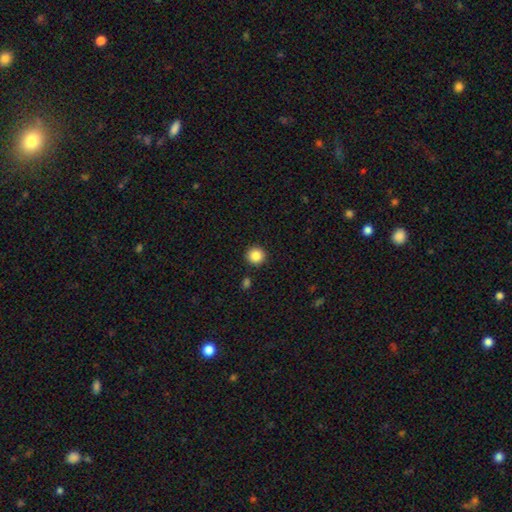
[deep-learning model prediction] Smooth or featured? Predicted: smooth (p=0.87). How rounded? Predicted: round (p=0.95). Merging? Predicted: none (p=0.91).